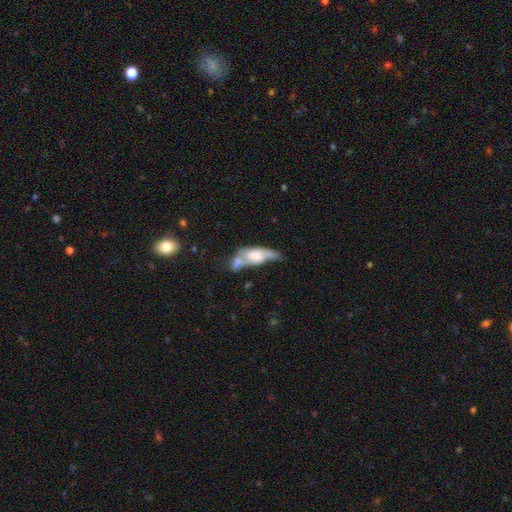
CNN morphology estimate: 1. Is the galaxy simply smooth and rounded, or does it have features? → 49% smooth, 43% featured or disk, 8% star or artifact.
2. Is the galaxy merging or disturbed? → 53% merger, 17% none, 16% major disturbance, 15% minor disturbance.